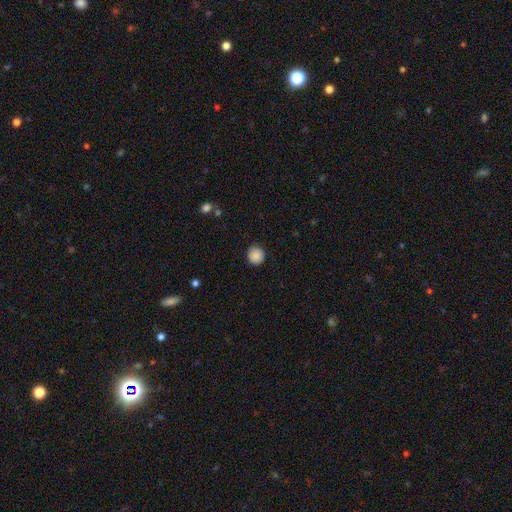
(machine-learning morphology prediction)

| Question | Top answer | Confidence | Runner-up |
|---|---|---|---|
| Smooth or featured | smooth | 88% | star or artifact (8%) |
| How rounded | round | 92% | in between (7%) |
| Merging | none | 88% | minor disturbance (9%) |